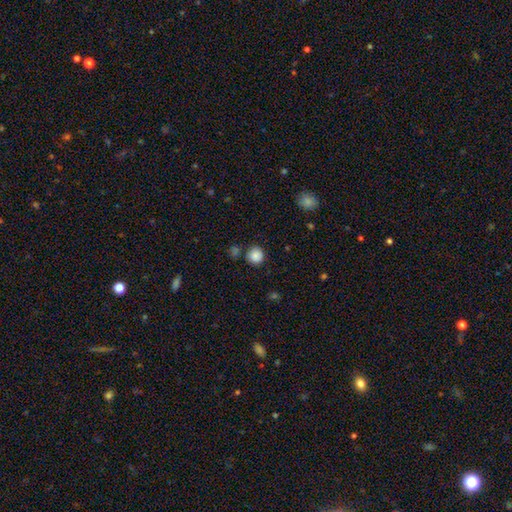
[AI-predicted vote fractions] A smooth galaxy with no disk features (86%) that is round (92%).

Vote fractions:
- Smooth or featured? smooth: 86% / star or artifact: 10% / featured or disk: 4%
- How rounded? round: 92% / in between: 7% / cigar-shaped: 1%
- Merging? none: 82% / minor disturbance: 9% / merger: 6% / major disturbance: 3%